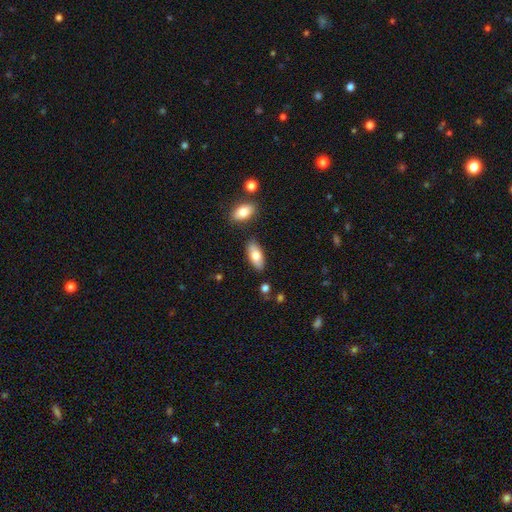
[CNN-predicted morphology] A smooth galaxy with no disk features (76%) that is in between round and cigar-shaped (88%). Merging: none (83%).